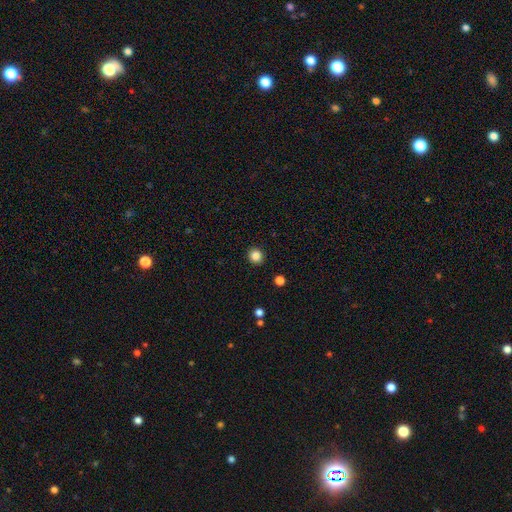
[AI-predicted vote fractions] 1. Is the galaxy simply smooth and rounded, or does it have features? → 85% smooth, 11% star or artifact, 4% featured or disk.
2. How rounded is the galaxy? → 91% round, 8% in between, 1% cigar-shaped.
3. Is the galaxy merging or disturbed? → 92% none, 5% minor disturbance, 2% major disturbance, 1% merger.